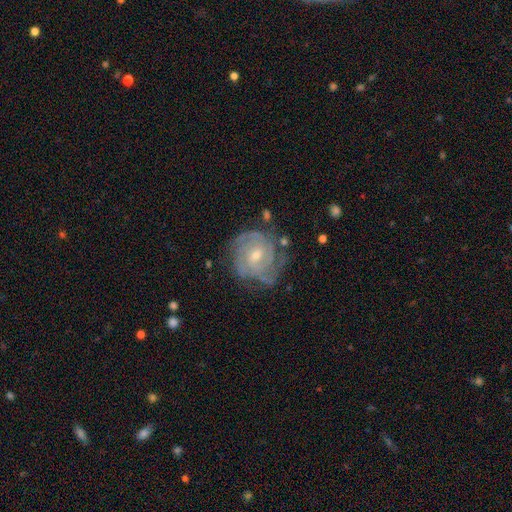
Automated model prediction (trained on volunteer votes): Smooth or featured? featured or disk (85%)
Edge-on disk? no (98%)
Bar? no (51%)
Spiral arms? yes (95%)
Spiral winding? tight (69%)
Spiral arm count? can't tell (30%)
Bulge size? moderate (50%)
Merging? none (69%)